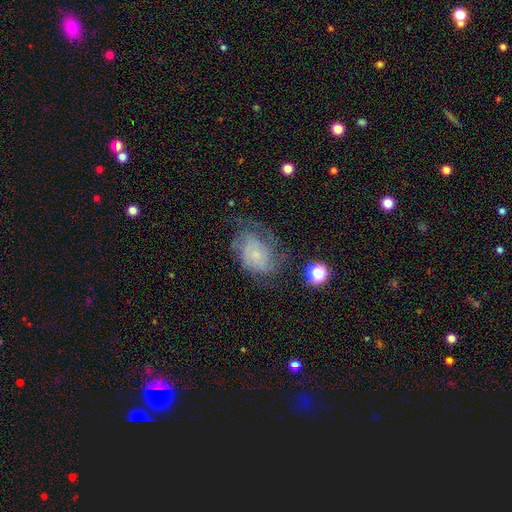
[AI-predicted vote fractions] smooth-or-featured: featured or disk: 61% | smooth: 29% | star or artifact: 11%
  disk-edge-on: no: 97% | yes: 3%
    bar: no: 80% | weak: 18% | strong: 3%
    has-spiral-arms: yes: 79% | no: 21%
    bulge-size: small: 69% | none: 15% | moderate: 12% | large: 2% | dominant: 1%
  merging: none: 45% | major disturbance: 26% | minor disturbance: 26% | merger: 2%